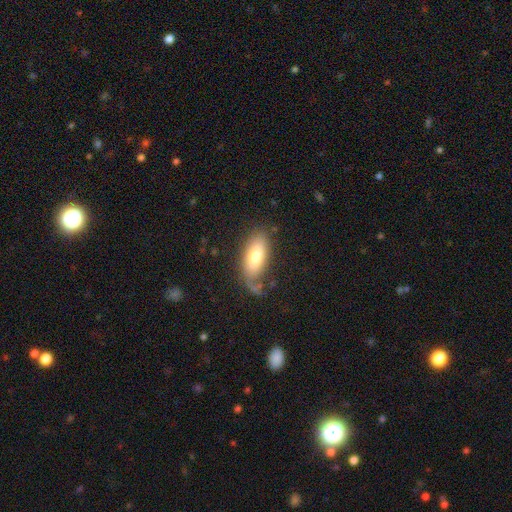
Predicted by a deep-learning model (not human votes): This is likely a smooth galaxy (74%). How rounded: clearly in between (85%). Merging: possibly none (60%).